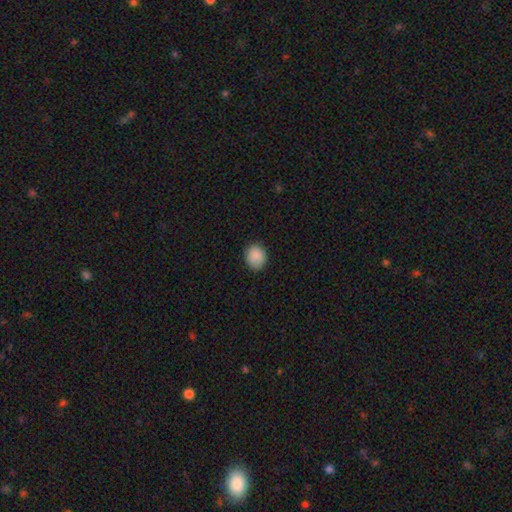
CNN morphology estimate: Q: Smooth or featured?
A: smooth (89%); runner-up: star or artifact (8%)
Q: How rounded?
A: round (62%); runner-up: in between (37%)
Q: Merging?
A: none (84%); runner-up: minor disturbance (13%)